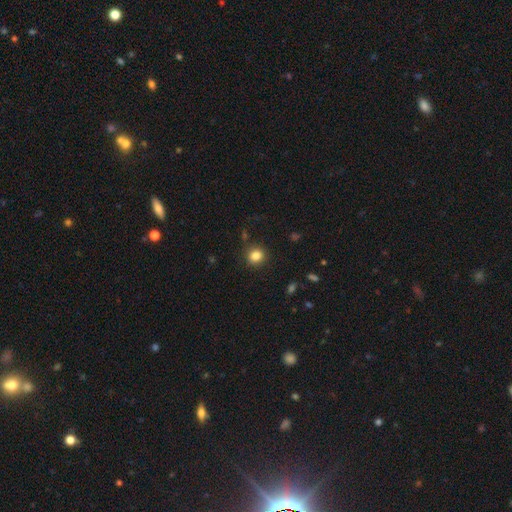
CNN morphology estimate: type=smooth (84%); roundness=round (81%); merging=none (87%).